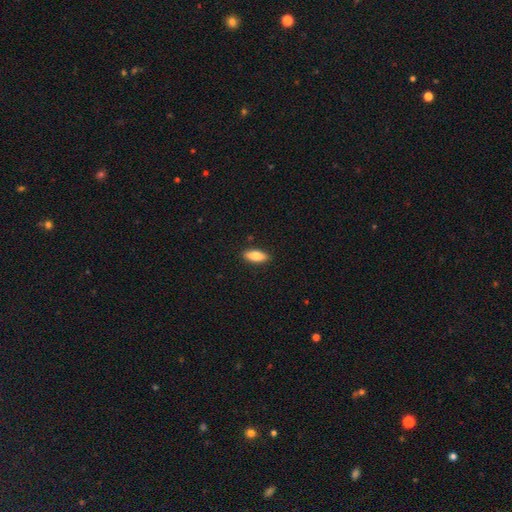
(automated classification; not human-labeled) smooth-or-featured: smooth: 78% | featured or disk: 16% | star or artifact: 6%
  how-rounded: in between: 76% | cigar-shaped: 22% | round: 2%
  merging: none: 90% | minor disturbance: 8% | major disturbance: 2% | merger: 1%